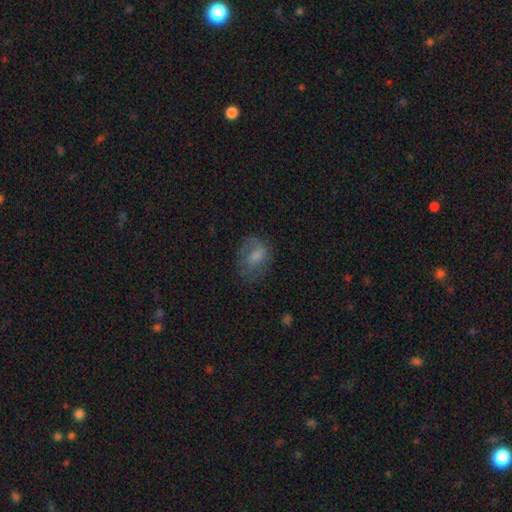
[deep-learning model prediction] Smooth or featured? smooth (56%)
How rounded? in between (67%)
Merging? none (51%)